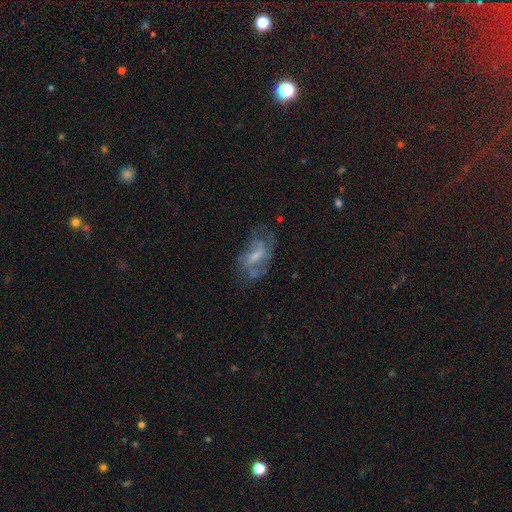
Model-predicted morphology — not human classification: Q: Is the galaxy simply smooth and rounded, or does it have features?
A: featured or disk — 65%.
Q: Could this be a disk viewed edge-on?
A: no — 93%.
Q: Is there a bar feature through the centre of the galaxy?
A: weak — 48%.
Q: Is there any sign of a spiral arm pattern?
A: yes — 70%.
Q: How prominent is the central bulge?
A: small — 41%.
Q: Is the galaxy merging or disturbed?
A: none — 54%.